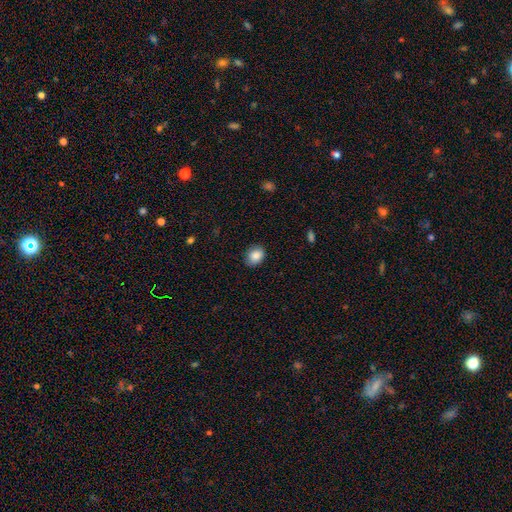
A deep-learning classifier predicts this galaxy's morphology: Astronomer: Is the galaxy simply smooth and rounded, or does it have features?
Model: smooth — 87%.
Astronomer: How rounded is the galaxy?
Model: in between — 55% (runner-up: round, 44%).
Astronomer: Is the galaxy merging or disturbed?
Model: none — 86%.